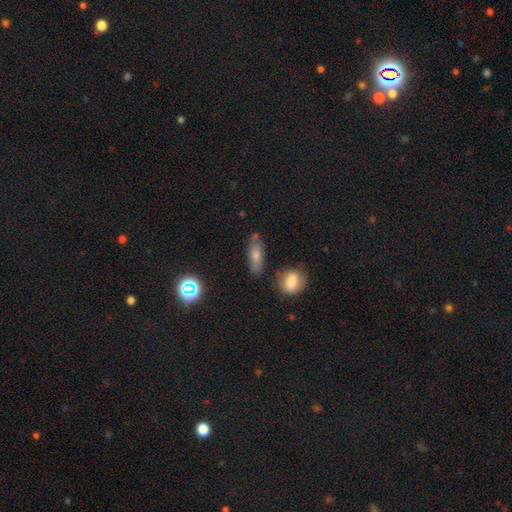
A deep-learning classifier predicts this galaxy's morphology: Smooth or featured?
  - smooth: 72% *
  - featured or disk: 19%
  - star or artifact: 9%
How rounded?
  - in between: 61% *
  - cigar-shaped: 34%
  - round: 5%
Merging?
  - none: 73% *
  - minor disturbance: 16%
  - merger: 7%
  - major disturbance: 4%